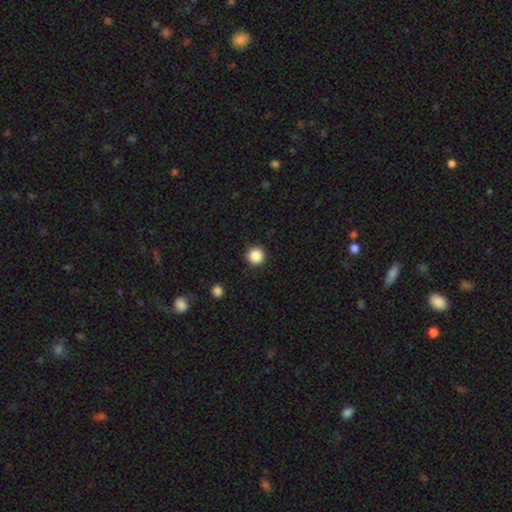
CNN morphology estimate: Smooth or featured? Predicted: smooth (p=0.87). How rounded? Predicted: round (p=0.96). Merging? Predicted: none (p=0.93).